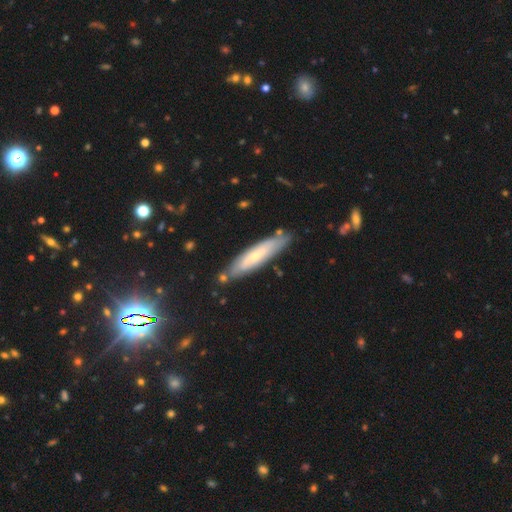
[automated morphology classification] Smooth or featured? Predicted: smooth (p=0.47, tied with featured or disk). Merging? Predicted: none (p=0.80).